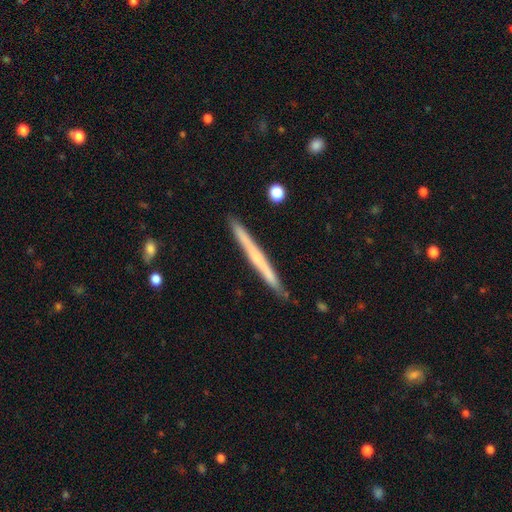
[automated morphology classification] Overall: featured or disk (51%; smooth 43%). Edge-on disk: yes (97%). Merging: none (89%).